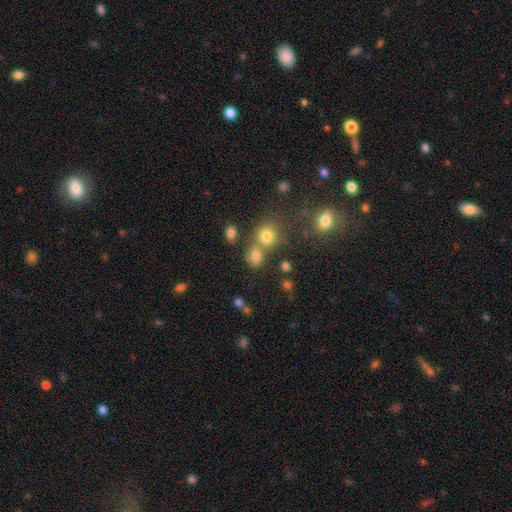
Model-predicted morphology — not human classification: smooth 74%, star or artifact 17%, featured or disk 9%. Down the decision tree: how rounded — round (57%); merging — none (50%).